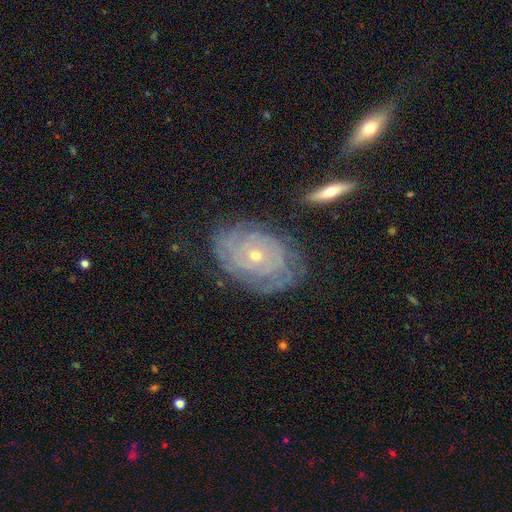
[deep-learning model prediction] featured or disk 83%, smooth 11%, star or artifact 7%. Down the decision tree: edge-on disk — no (95%); bar — no (83%); spiral arms — yes (90%); spiral arm count — can't tell (49%); spiral winding — tight (83%); bulge size — small (69%); merging — none (73%).